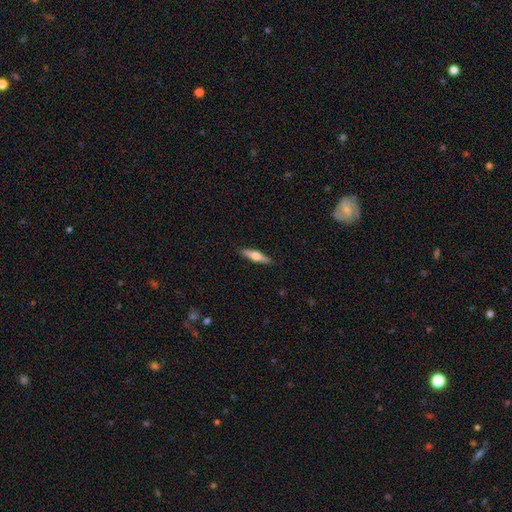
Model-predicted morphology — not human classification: This appears to be a smooth galaxy with no disk features (52%) that is cigar-shaped (75%). Merging: none (88%).